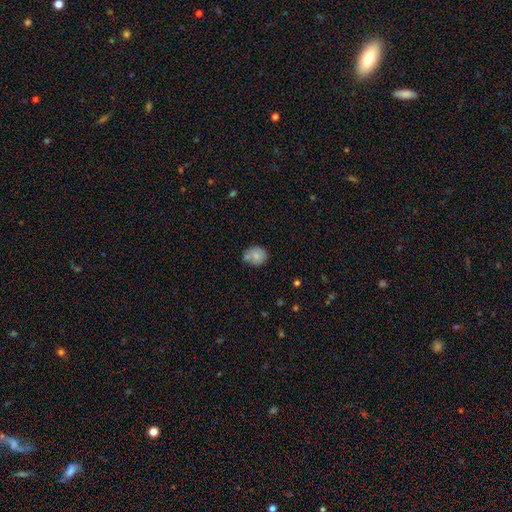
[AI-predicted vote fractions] Q: Smooth or featured?
A: smooth (79%); runner-up: featured or disk (13%)
Q: How rounded?
A: round (71%); runner-up: in between (28%)
Q: Merging?
A: none (58%); runner-up: minor disturbance (20%)